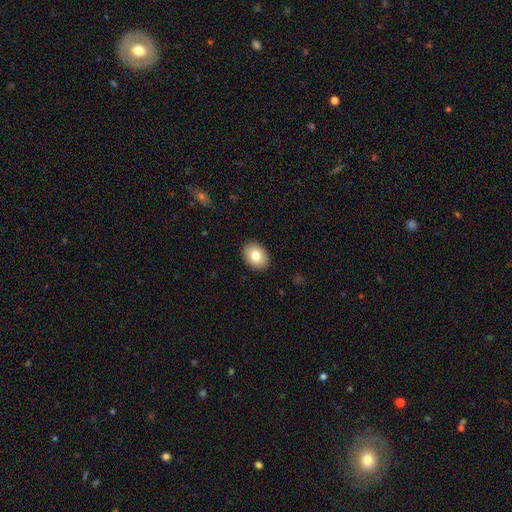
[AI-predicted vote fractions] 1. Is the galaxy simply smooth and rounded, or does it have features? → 80% smooth, 12% featured or disk, 8% star or artifact.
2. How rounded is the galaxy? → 67% in between, 32% round, 1% cigar-shaped.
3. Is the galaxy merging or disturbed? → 90% none, 7% minor disturbance, 2% major disturbance, 1% merger.